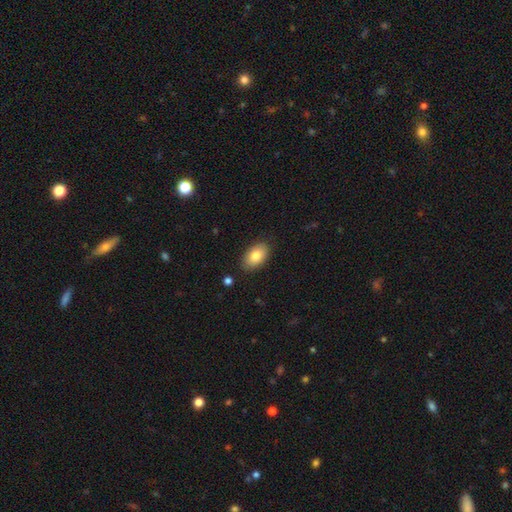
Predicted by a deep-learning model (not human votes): A smooth galaxy with no disk features (83%) that is in between round and cigar-shaped (93%). Merging: none (86%).